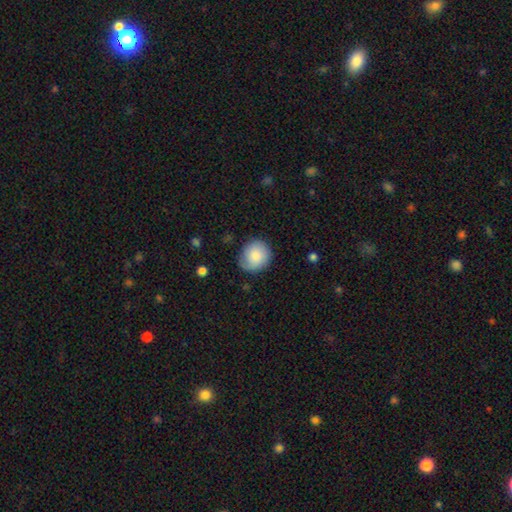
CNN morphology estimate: A smooth galaxy with no disk features (80%) that is round (79%).

Vote fractions:
- Smooth or featured? smooth: 80% / featured or disk: 13% / star or artifact: 7%
- How rounded? round: 79% / in between: 21% / cigar-shaped: 1%
- Merging? none: 71% / minor disturbance: 22% / major disturbance: 6% / merger: 1%